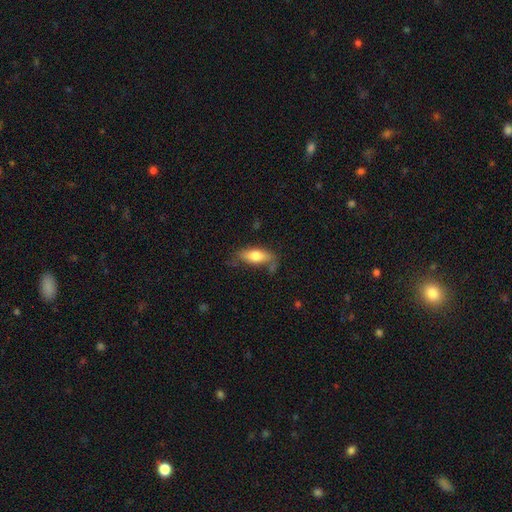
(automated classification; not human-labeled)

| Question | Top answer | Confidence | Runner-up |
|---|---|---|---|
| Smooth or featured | smooth | 71% | featured or disk (23%) |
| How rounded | in between | 74% | cigar-shaped (23%) |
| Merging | none | 58% | minor disturbance (25%) |